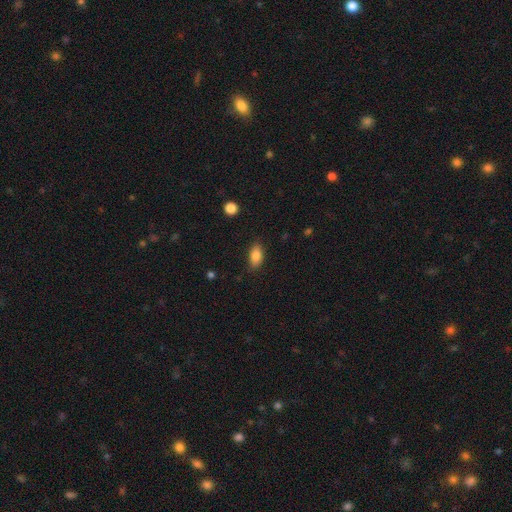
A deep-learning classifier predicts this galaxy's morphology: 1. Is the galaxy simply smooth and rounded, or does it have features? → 83% smooth, 8% featured or disk, 8% star or artifact.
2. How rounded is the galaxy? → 89% in between, 6% round, 5% cigar-shaped.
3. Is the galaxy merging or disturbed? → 84% none, 12% minor disturbance, 3% major disturbance, 1% merger.